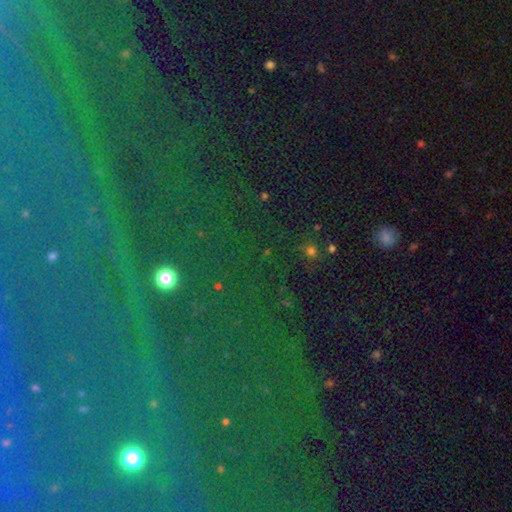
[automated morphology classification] This appears to be a star or artifact, not a galaxy (75%).